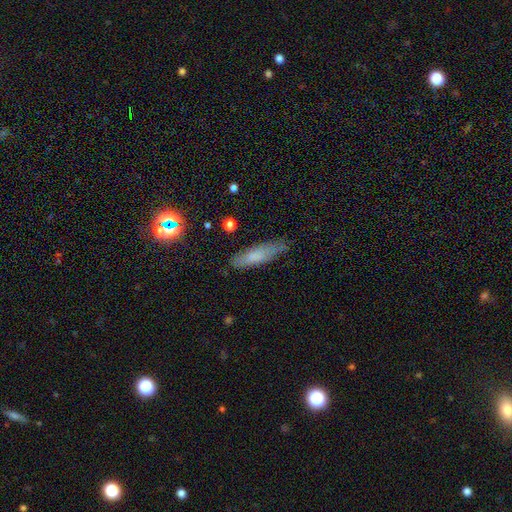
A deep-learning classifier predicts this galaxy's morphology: A smooth galaxy with no disk features (70%) that is cigar-shaped (71%).

Vote fractions:
- Smooth or featured? smooth: 70% / featured or disk: 21% / star or artifact: 9%
- How rounded? cigar-shaped: 71% / in between: 27% / round: 2%
- Merging? none: 75% / minor disturbance: 19% / major disturbance: 4% / merger: 2%